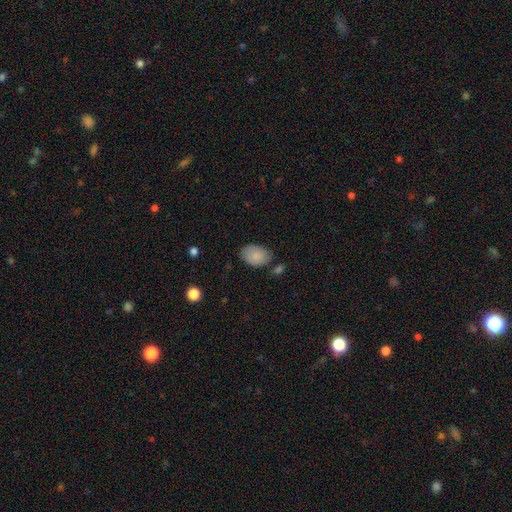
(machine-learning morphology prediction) Smooth or featured? smooth (86%)
How rounded? in between (86%)
Merging? none (73%)